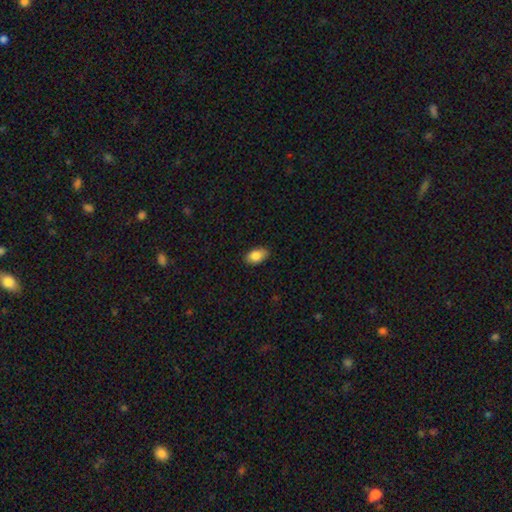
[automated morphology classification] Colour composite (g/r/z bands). It shows a smooth galaxy with no disk features (84%) that is in between round and cigar-shaped (90%). Merging: none (86%).